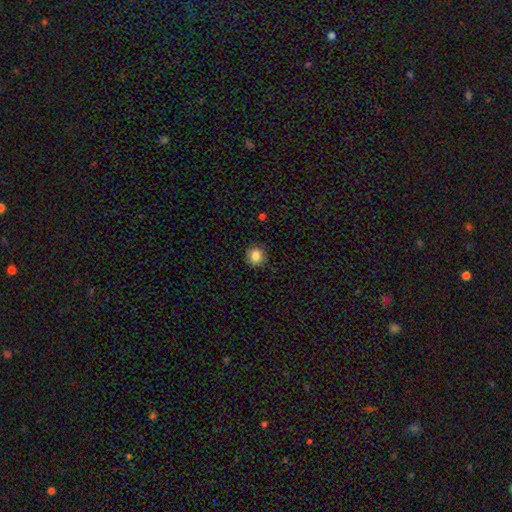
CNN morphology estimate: smooth_or_featured: smooth (p=0.85) [alt: star or artifact p=0.10]
how_rounded: round (p=0.86) [alt: in between p=0.13]
merging: none (p=0.90) [alt: minor disturbance p=0.07]